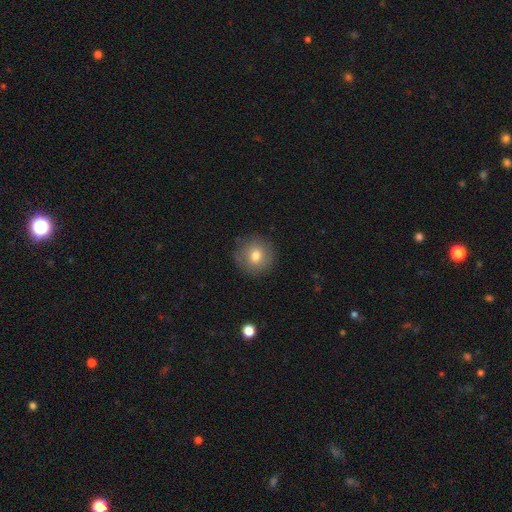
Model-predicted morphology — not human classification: Smooth or featured?
  - smooth: 76% *
  - featured or disk: 14%
  - star or artifact: 11%
How rounded?
  - round: 93% *
  - in between: 6%
  - cigar-shaped: 1%
Merging?
  - none: 87% *
  - minor disturbance: 9%
  - major disturbance: 3%
  - merger: 1%